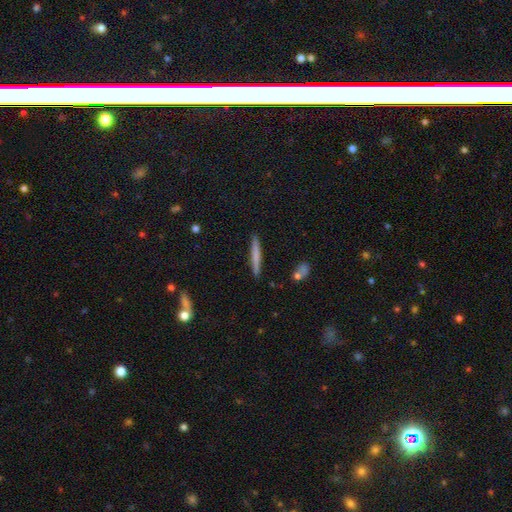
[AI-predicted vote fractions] Morphology: type=smooth (63%); roundness=cigar-shaped (96%); merging=none (90%).